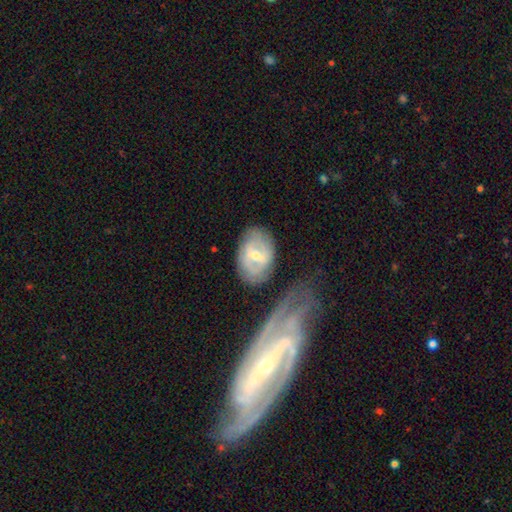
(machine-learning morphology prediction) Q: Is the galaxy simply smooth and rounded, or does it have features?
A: featured or disk — 70%.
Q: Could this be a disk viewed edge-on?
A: no — 94%.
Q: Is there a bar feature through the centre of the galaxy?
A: weak — 44%.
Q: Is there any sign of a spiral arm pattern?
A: yes — 67%.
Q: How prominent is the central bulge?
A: moderate — 49%.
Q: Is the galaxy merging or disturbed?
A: none — 72%.